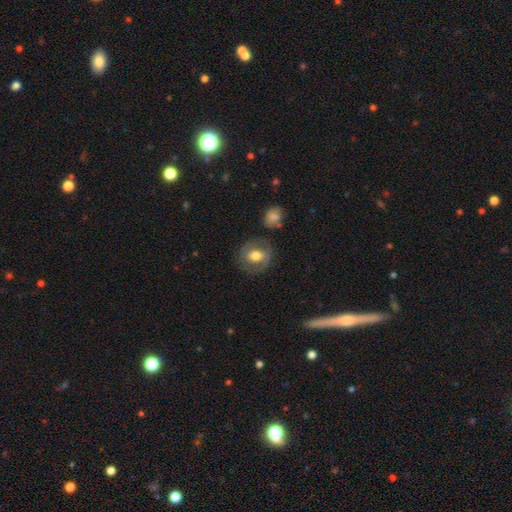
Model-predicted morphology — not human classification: Q: Smooth or featured?
A: smooth (50%); runner-up: featured or disk (43%)
Q: Merging?
A: none (79%); runner-up: minor disturbance (13%)